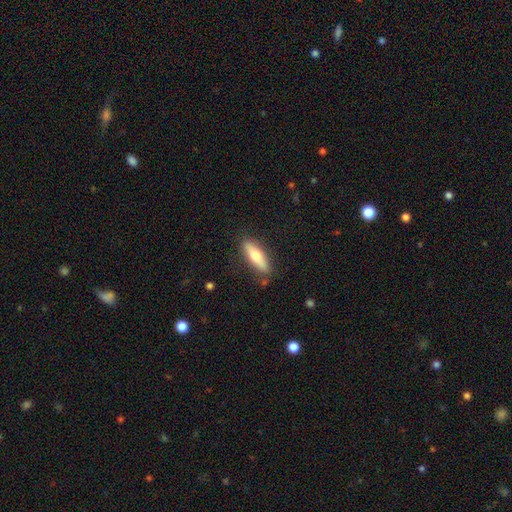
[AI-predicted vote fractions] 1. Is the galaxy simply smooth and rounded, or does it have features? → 60% smooth, 34% featured or disk, 6% star or artifact.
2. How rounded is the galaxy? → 57% cigar-shaped, 41% in between, 2% round.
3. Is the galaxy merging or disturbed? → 84% none, 11% minor disturbance, 3% major disturbance, 2% merger.